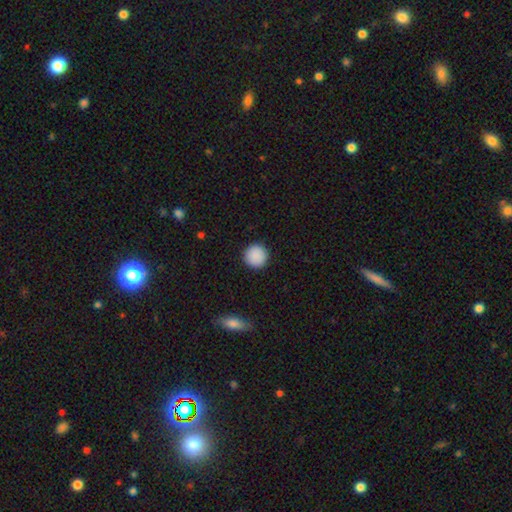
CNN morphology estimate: Smooth or featured? smooth (90%)
How rounded? round (95%)
Merging? none (92%)